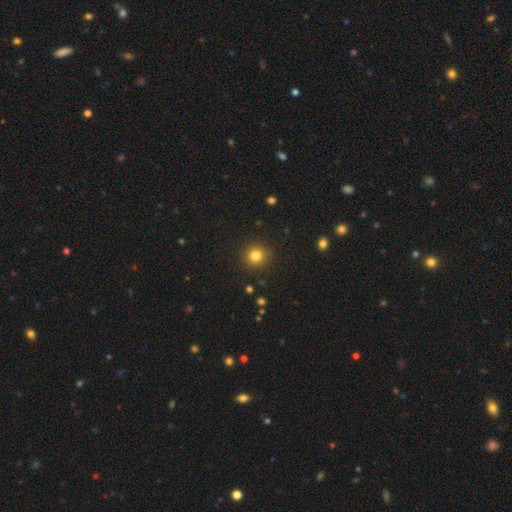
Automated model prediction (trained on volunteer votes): Q: Smooth or featured?
A: smooth (81%); runner-up: star or artifact (13%)
Q: How rounded?
A: round (93%); runner-up: in between (6%)
Q: Merging?
A: none (91%); runner-up: minor disturbance (6%)